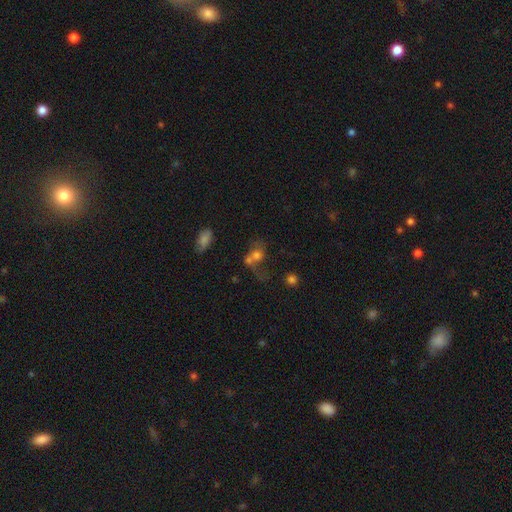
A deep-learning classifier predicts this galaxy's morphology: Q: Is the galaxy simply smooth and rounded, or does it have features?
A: smooth — 56%.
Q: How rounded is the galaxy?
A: round — 54%.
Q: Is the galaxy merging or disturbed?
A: merger — 55%.